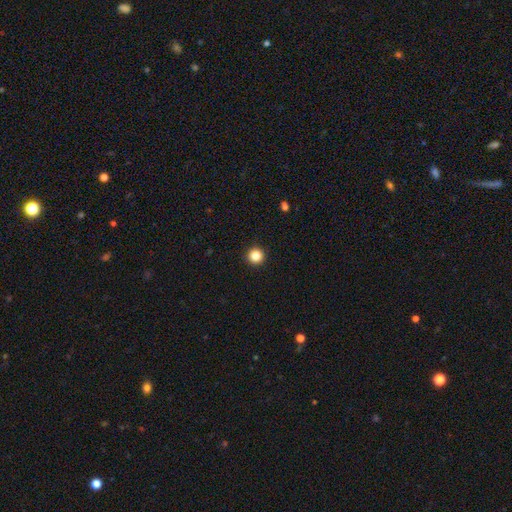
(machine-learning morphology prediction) type=smooth (84%); roundness=round (96%); merging=none (94%).